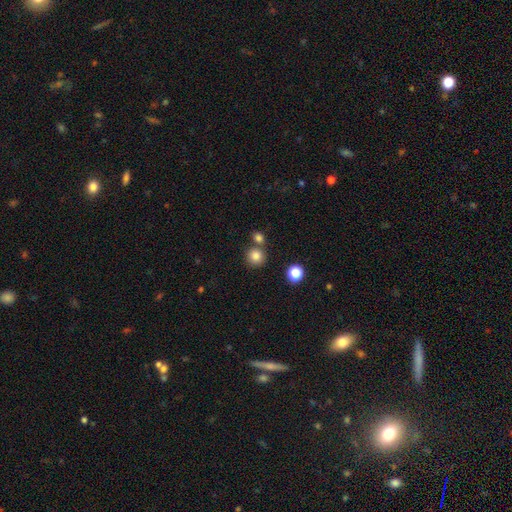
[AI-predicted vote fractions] The model was most divided on "merging": none: 70%, merger: 19%, minor disturbance: 8%, major disturbance: 3%. More confident: how rounded — round (91%); smooth or featured — smooth (82%).